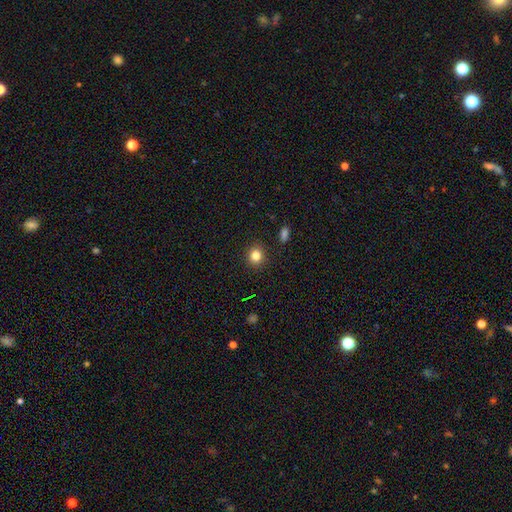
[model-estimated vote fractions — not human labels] Smooth or featured?
  - smooth: 82% *
  - star or artifact: 12%
  - featured or disk: 5%
How rounded?
  - round: 84% *
  - in between: 15%
  - cigar-shaped: 1%
Merging?
  - none: 91% *
  - minor disturbance: 6%
  - major disturbance: 2%
  - merger: 1%